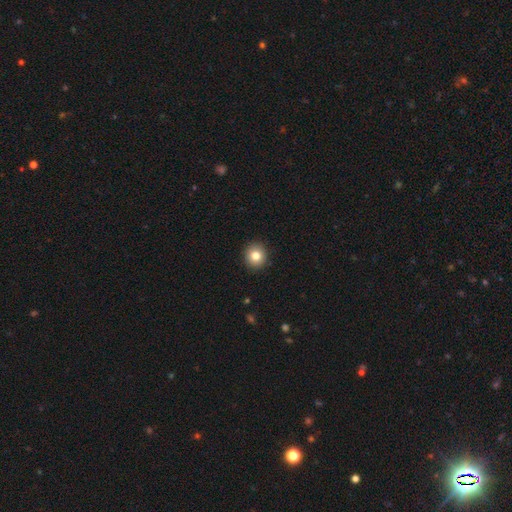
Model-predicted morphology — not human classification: smooth 82%, star or artifact 10%, featured or disk 8%. Down the decision tree: how rounded — round (89%); merging — none (92%).